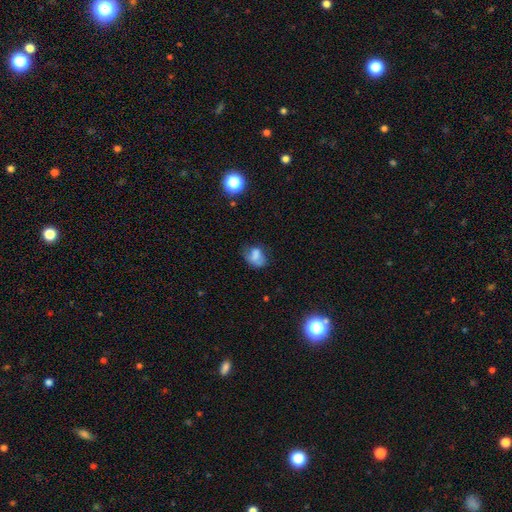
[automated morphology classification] The model was most divided on "merging": none: 42%, minor disturbance: 33%, major disturbance: 20%, merger: 6%. More confident: how rounded — in between (70%); smooth or featured — smooth (68%).